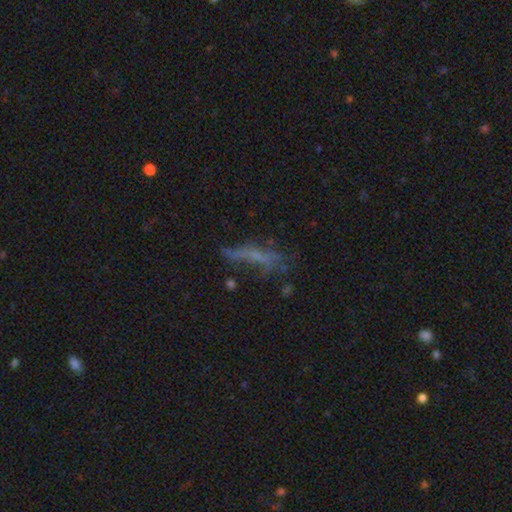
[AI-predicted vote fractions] The model was most divided on "smooth or featured": featured or disk: 42%, smooth: 37%, star or artifact: 21%. Remaining: merging — none (47%).